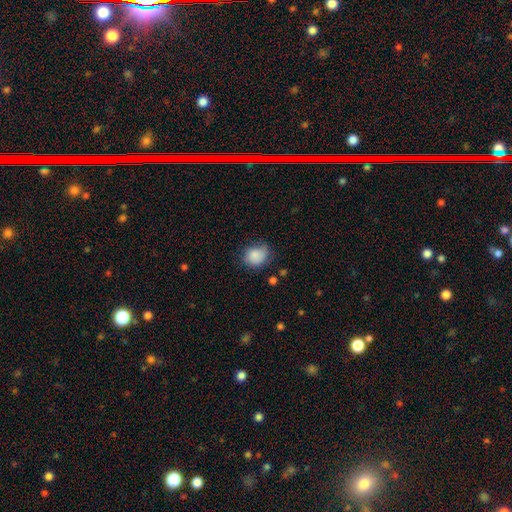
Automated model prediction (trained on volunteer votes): smooth-or-featured: smooth: 84% | star or artifact: 8% | featured or disk: 8%
  how-rounded: round: 54% | in between: 45% | cigar-shaped: 1%
  merging: none: 59% | minor disturbance: 30% | major disturbance: 8% | merger: 2%